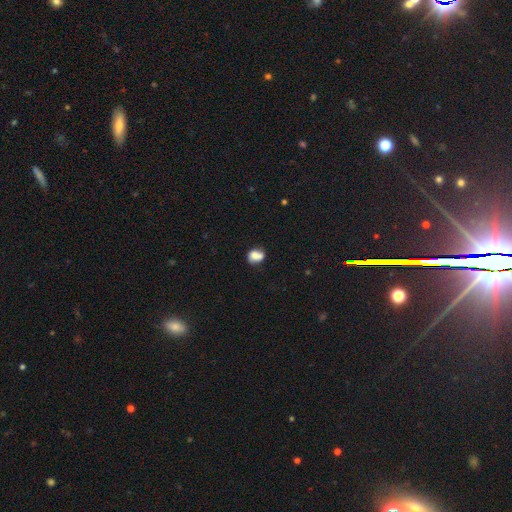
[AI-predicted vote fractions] Smooth or featured? smooth (74%)
How rounded? in between (51%)
Merging? none (43%)